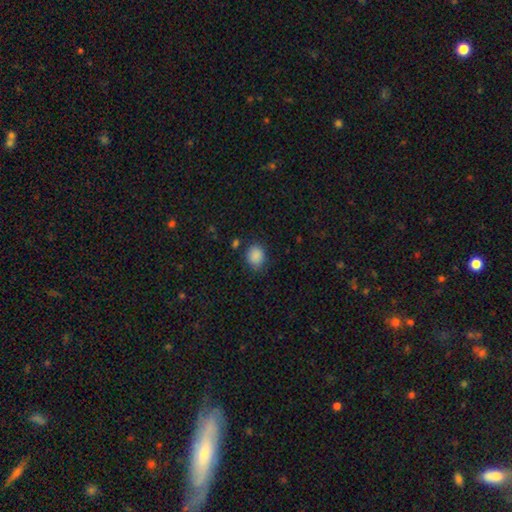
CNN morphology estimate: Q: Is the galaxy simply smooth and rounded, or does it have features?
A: smooth — 88%.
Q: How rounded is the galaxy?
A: round — 61%.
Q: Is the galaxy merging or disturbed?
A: none — 82%.